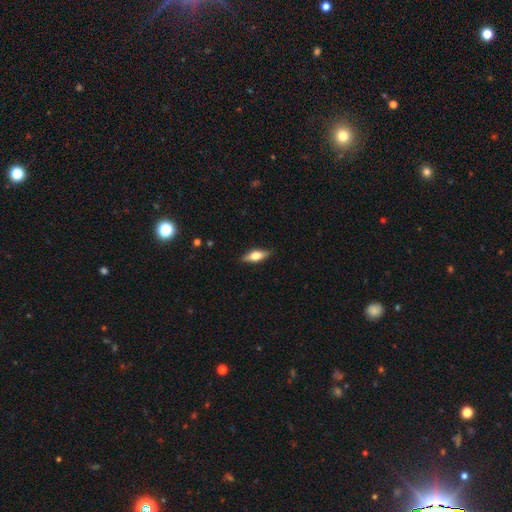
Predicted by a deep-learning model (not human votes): Q: Smooth or featured?
A: smooth (51%); runner-up: featured or disk (43%)
Q: How rounded?
A: in between (61%); runner-up: cigar-shaped (36%)
Q: Merging?
A: none (85%); runner-up: minor disturbance (11%)